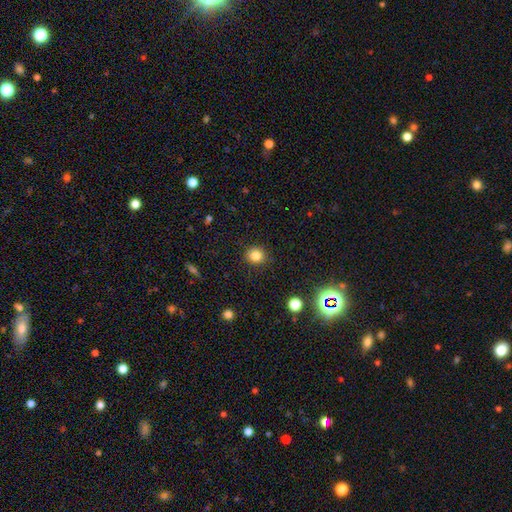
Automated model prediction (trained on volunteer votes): Overall: smooth (82%). How rounded: round (86%). Merging: none (90%).